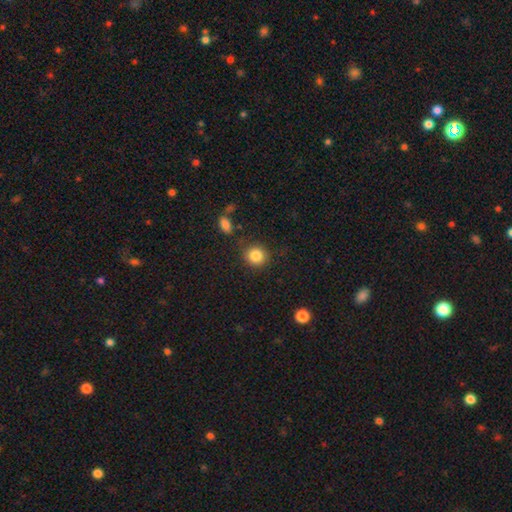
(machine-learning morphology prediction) smooth_or_featured: smooth (p=0.84) [alt: star or artifact p=0.10]
how_rounded: round (p=0.89) [alt: in between p=0.10]
merging: none (p=0.85) [alt: minor disturbance p=0.09]